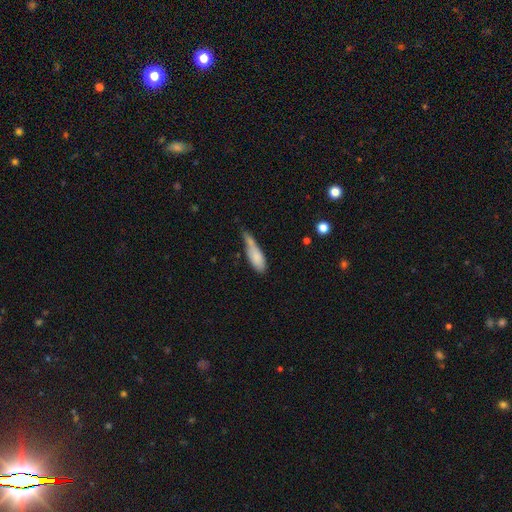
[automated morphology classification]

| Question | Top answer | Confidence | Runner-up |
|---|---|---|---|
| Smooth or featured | smooth | 79% | featured or disk (14%) |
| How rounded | in between | 56% | cigar-shaped (42%) |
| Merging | minor disturbance | 32% | none (30%) |